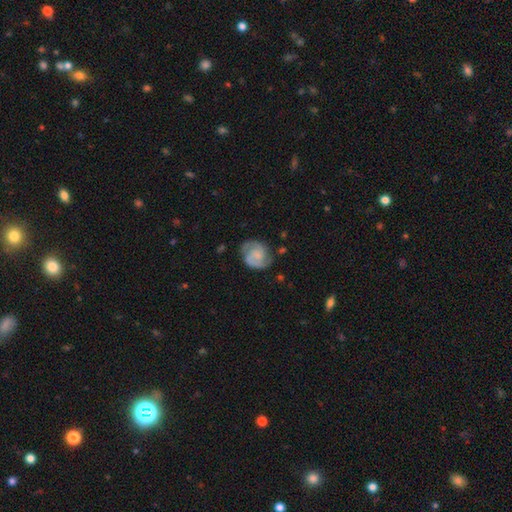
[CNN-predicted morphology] This is likely a featured or disk galaxy (74%). It is clearly not viewed edge-on (98%). Bar: possibly no (59%). Spiral arm pattern: clearly yes (95%). Spiral arm count: clearly 2 (84%). Spiral winding: possibly medium (46%). Central bulge: possibly none (46%). Merging: likely none (71%).